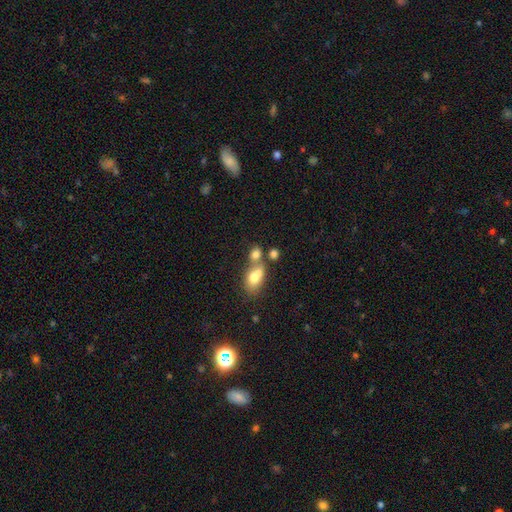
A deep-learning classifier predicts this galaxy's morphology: Smooth or featured?
  - smooth: 69% *
  - featured or disk: 17%
  - star or artifact: 14%
How rounded?
  - in between: 74% *
  - round: 20%
  - cigar-shaped: 6%
Merging?
  - merger: 45% *
  - none: 40%
  - minor disturbance: 10%
  - major disturbance: 5%